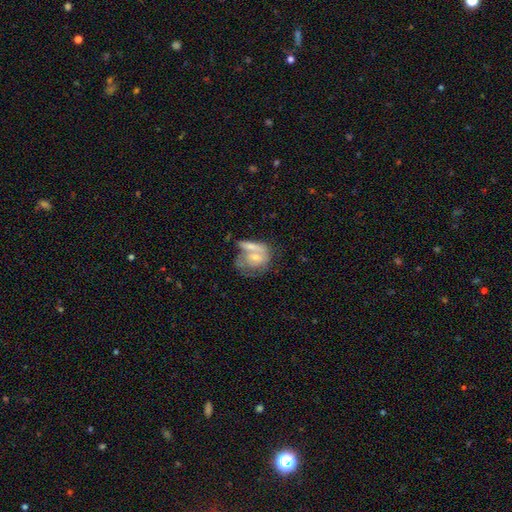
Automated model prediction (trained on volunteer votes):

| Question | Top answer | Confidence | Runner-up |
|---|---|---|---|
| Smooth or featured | smooth | 54% | featured or disk (39%) |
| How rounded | in between | 55% | round (42%) |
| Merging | merger | 48% | none (25%) |